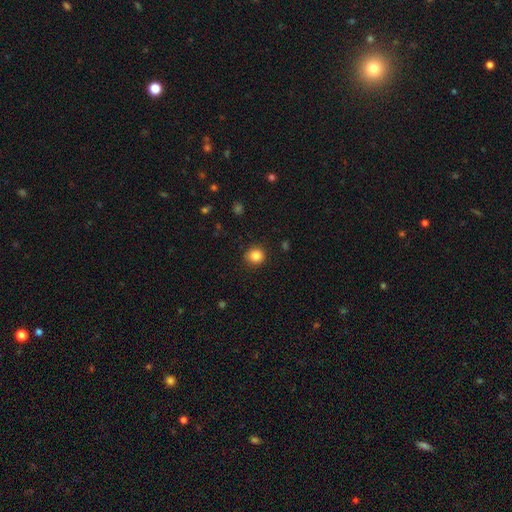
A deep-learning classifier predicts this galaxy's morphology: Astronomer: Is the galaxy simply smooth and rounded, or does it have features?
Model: smooth — 85%.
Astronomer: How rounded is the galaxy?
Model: round — 88%.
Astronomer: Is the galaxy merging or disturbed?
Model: none — 90%.